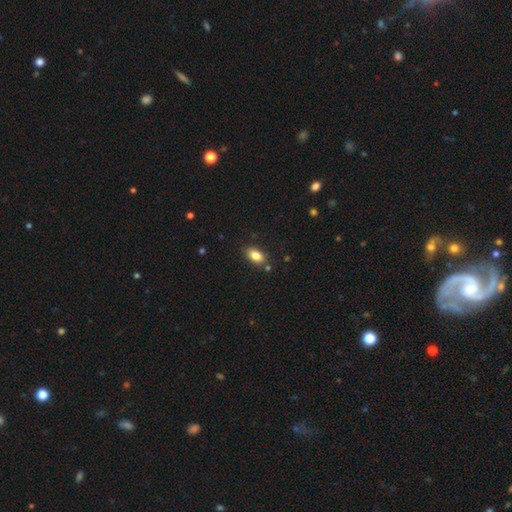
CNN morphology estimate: This is clearly a smooth galaxy (83%). How rounded: clearly in between (89%). Merging: clearly none (82%).